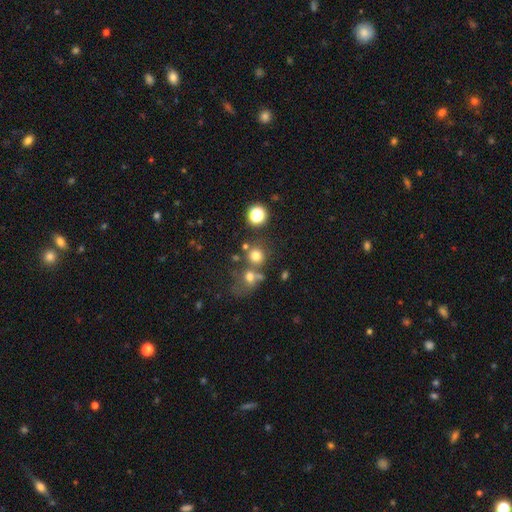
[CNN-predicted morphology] smooth-or-featured: smooth: 72% | star or artifact: 17% | featured or disk: 10%
  how-rounded: round: 86% | in between: 13% | cigar-shaped: 1%
  merging: none: 58% | merger: 26% | minor disturbance: 10% | major disturbance: 6%